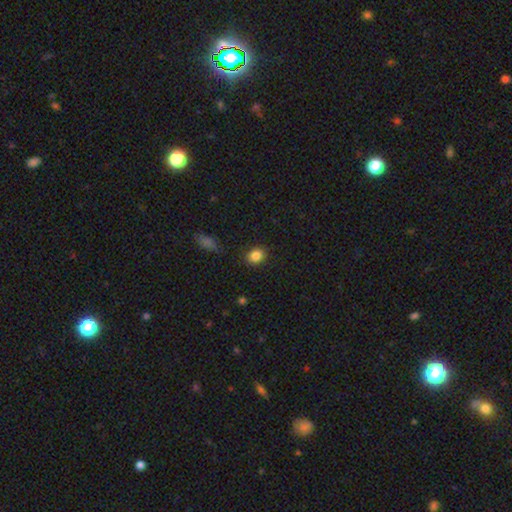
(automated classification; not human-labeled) Smooth or featured: smooth — 85% (star or artifact — 10%)
How rounded: round — 68% (in between — 31%)
Merging: none — 89% (minor disturbance — 8%)